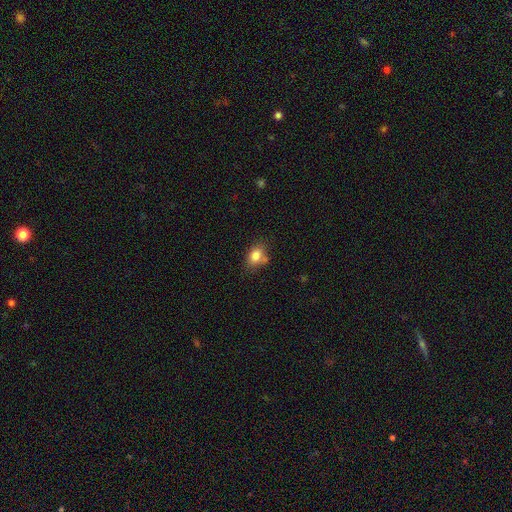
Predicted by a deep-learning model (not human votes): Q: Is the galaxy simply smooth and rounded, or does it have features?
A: smooth — 82%.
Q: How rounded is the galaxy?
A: in between — 66%.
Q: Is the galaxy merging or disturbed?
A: none — 66%.